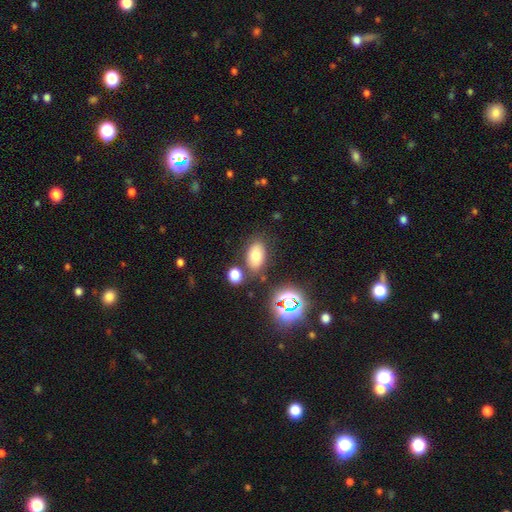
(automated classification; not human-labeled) Morphology: type=smooth (72%); roundness=in between (88%); merging=none (77%).